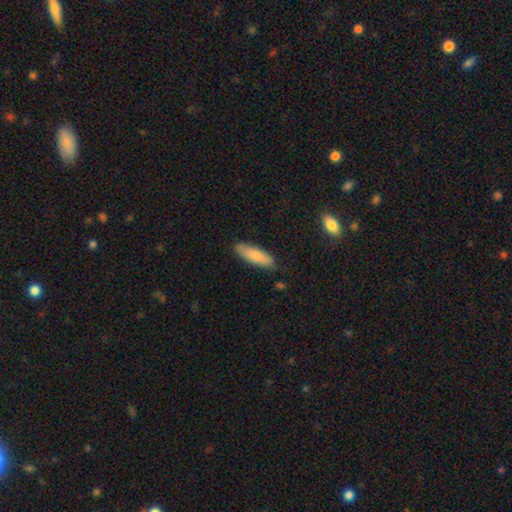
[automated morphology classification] This is clearly a smooth galaxy (80%). How rounded: possibly in between (53%). Merging: clearly none (81%).